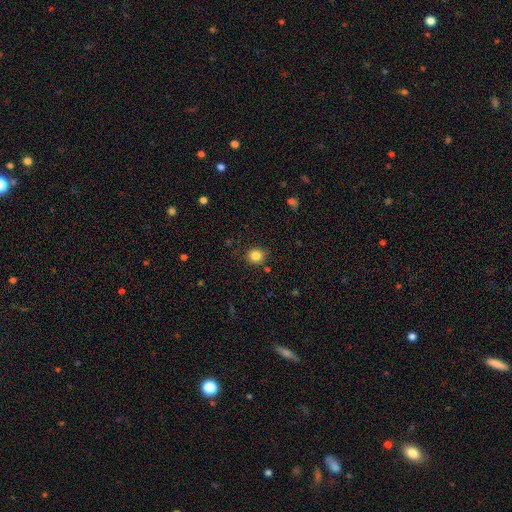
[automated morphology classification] Smooth or featured? smooth (84%)
How rounded? round (88%)
Merging? none (85%)